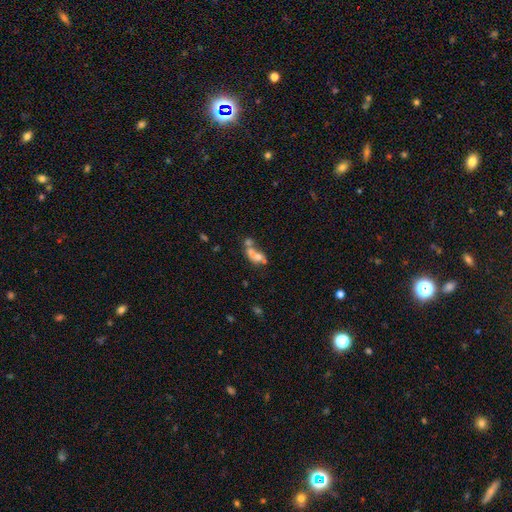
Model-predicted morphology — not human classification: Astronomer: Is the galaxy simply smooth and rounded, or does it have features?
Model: smooth — 53% (runner-up: featured or disk, 32%).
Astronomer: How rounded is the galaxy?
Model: in between — 61%.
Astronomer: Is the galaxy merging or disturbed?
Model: merger — 61%.